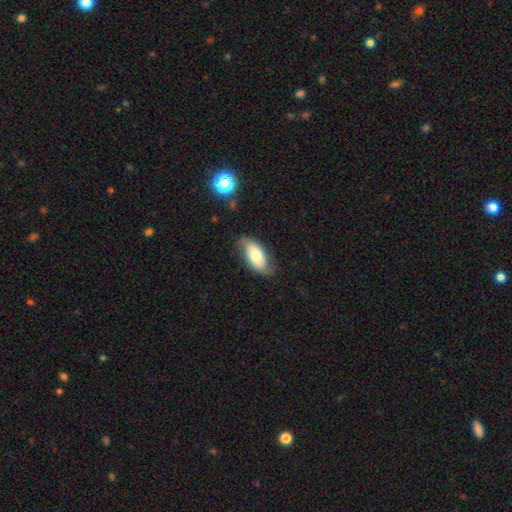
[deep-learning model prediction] This appears to be a smooth galaxy with no disk features (52%) that is in between round and cigar-shaped (93%). Merging: none (71%).